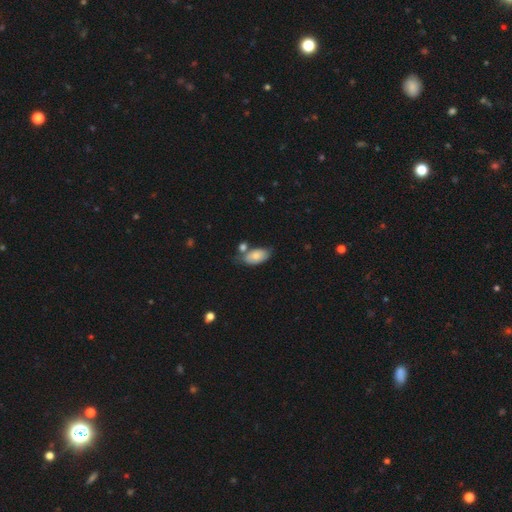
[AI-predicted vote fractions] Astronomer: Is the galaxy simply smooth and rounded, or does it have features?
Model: smooth — 77%.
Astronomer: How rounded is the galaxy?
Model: in between — 93%.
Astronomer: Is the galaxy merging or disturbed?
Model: none — 55%.